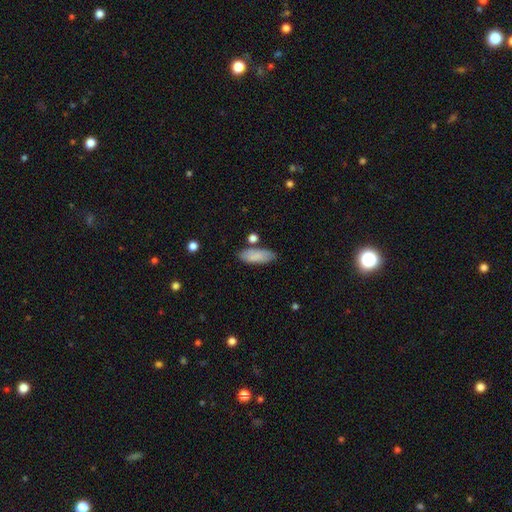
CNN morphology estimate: smooth 84%, featured or disk 9%, star or artifact 7%. Down the decision tree: how rounded — in between (73%); merging — none (75%).